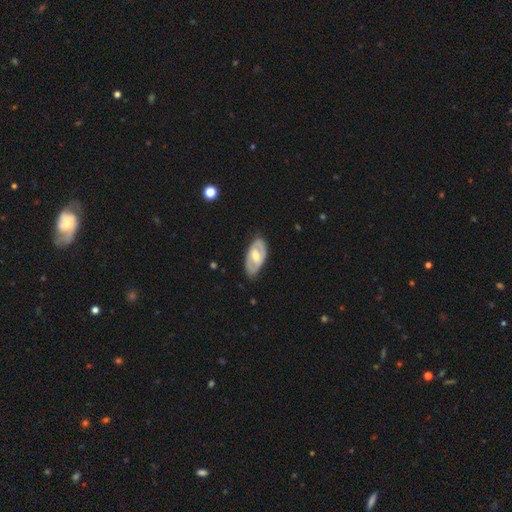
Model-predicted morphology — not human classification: Overall: featured or disk (61%; smooth 34%). Edge-on disk: no (90%). Bar: weak (43%; strong 29%). Spiral arms: no (55%; yes 45%). Bulge size: moderate (66%; small 26%). Merging: none (81%).